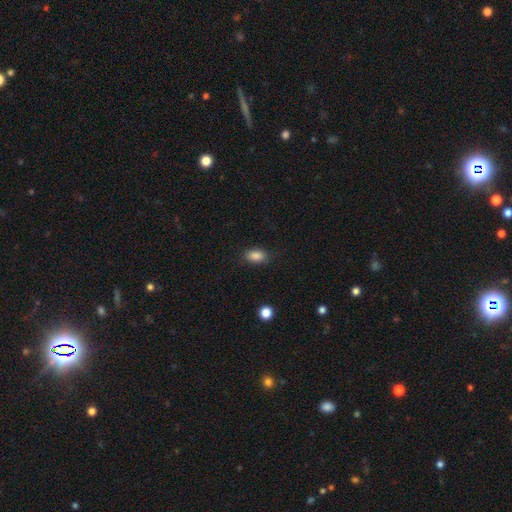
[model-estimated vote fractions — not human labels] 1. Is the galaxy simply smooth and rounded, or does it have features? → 87% smooth, 9% star or artifact, 5% featured or disk.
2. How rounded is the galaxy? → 88% in between, 9% round, 3% cigar-shaped.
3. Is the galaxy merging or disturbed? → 83% none, 13% minor disturbance, 3% major disturbance, 1% merger.